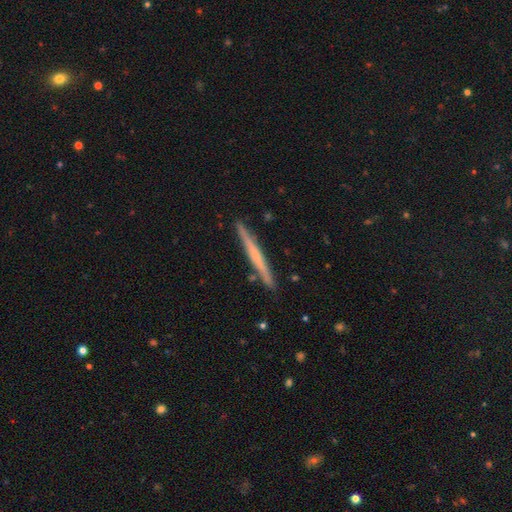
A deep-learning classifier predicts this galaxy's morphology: Q: Smooth or featured?
A: featured or disk (54%); runner-up: smooth (40%)
Q: Edge-on disk?
A: yes (98%); runner-up: no (2%)
Q: Edge-on bulge?
A: none (72%); runner-up: rounded (20%)
Q: Merging?
A: none (91%); runner-up: minor disturbance (7%)